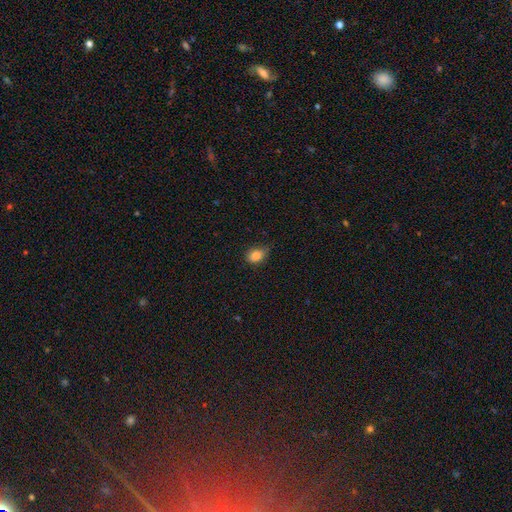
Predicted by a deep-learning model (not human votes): Smooth or featured?
  - smooth: 83% *
  - star or artifact: 10%
  - featured or disk: 6%
How rounded?
  - in between: 62% *
  - round: 37%
  - cigar-shaped: 1%
Merging?
  - none: 72% *
  - minor disturbance: 24%
  - major disturbance: 4%
  - merger: 1%